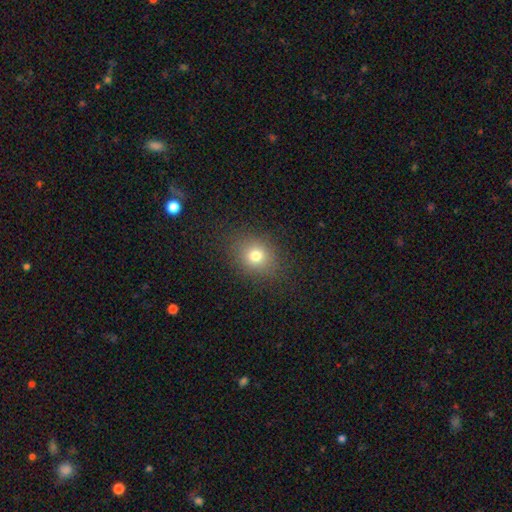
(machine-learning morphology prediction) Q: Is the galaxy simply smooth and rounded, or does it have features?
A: smooth — 76%.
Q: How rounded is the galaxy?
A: round — 65%.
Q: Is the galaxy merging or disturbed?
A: none — 85%.